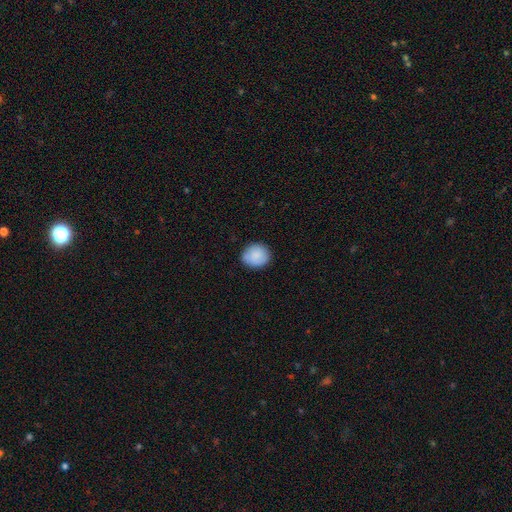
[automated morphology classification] A smooth galaxy with no disk features (85%) that is round (81%).

Vote fractions:
- Smooth or featured? smooth: 85% / featured or disk: 8% / star or artifact: 7%
- How rounded? round: 81% / in between: 18% / cigar-shaped: 1%
- Merging? none: 85% / minor disturbance: 12% / major disturbance: 2% / merger: 1%